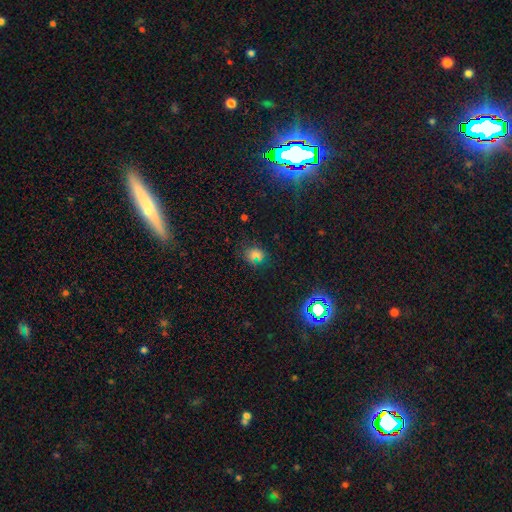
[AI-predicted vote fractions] Smooth or featured: smooth — 59% (star or artifact — 33%)
How rounded: round — 64% (in between — 34%)
Merging: none — 75% (minor disturbance — 14%)